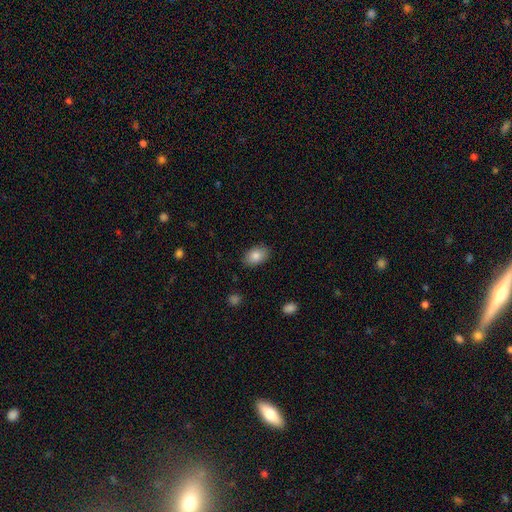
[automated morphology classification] Q: Smooth or featured?
A: smooth (84%); runner-up: featured or disk (8%)
Q: How rounded?
A: in between (87%); runner-up: round (11%)
Q: Merging?
A: none (86%); runner-up: minor disturbance (11%)